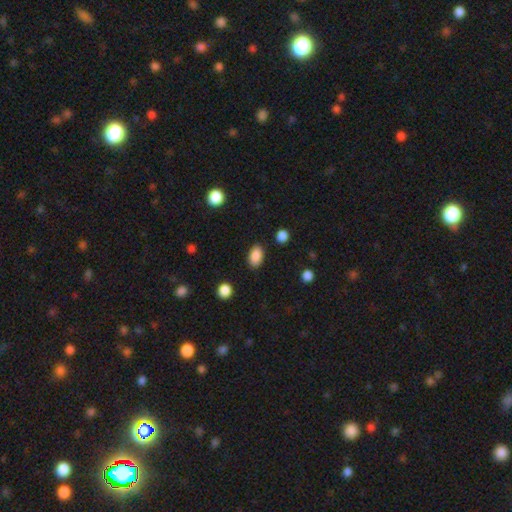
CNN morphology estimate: This appears to be a smooth galaxy with no disk features (88%) that is in between round and cigar-shaped (90%). Merging: none (86%).